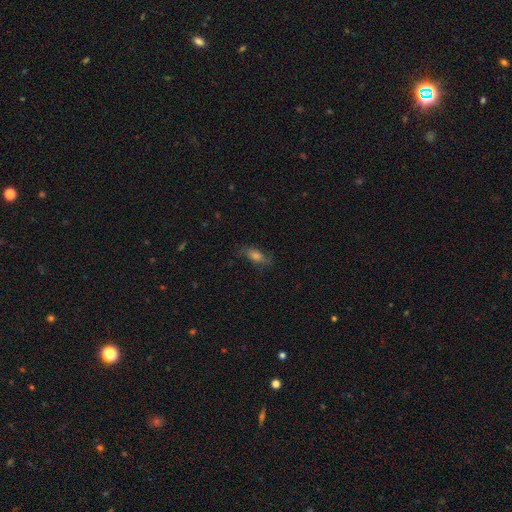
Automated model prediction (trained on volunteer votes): Morphology: type=smooth (48%); merging=none (71%).